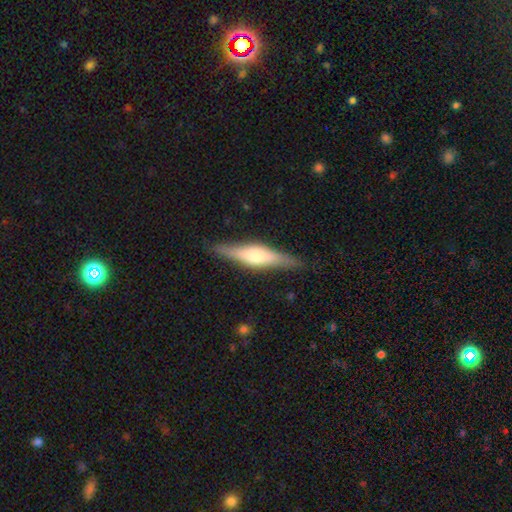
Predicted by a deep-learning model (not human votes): The model was most divided on "smooth or featured": featured or disk: 57%, smooth: 37%, star or artifact: 6%. More confident: edge-on disk — yes (93%); merging — none (84%); edge-on bulge — rounded (69%).